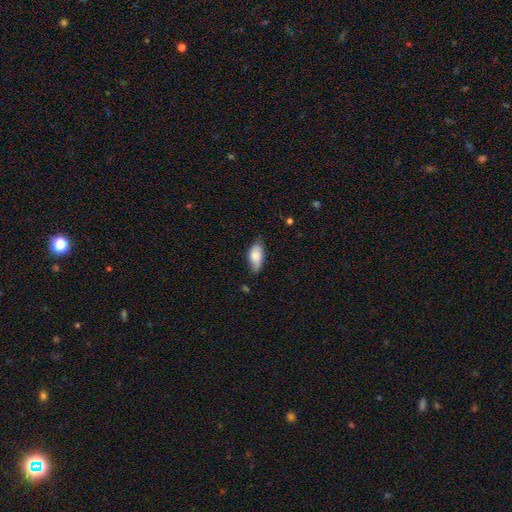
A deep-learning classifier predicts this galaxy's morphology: smooth-or-featured: smooth: 78% | featured or disk: 15% | star or artifact: 7%
  how-rounded: in between: 89% | cigar-shaped: 8% | round: 3%
  merging: none: 70% | minor disturbance: 24% | major disturbance: 4% | merger: 2%